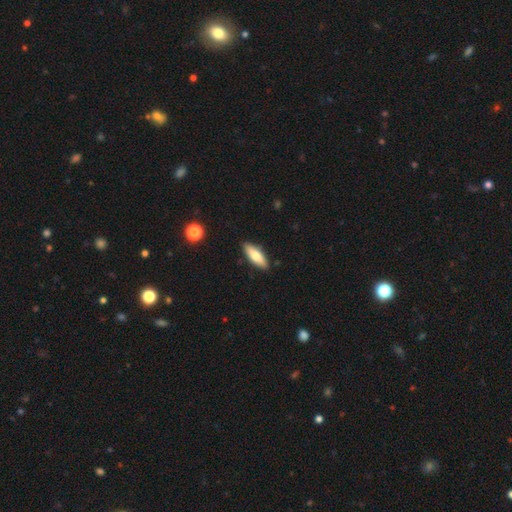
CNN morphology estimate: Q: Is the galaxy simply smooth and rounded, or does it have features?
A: smooth — 73%.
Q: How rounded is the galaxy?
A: in between — 60%.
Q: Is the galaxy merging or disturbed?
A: none — 88%.